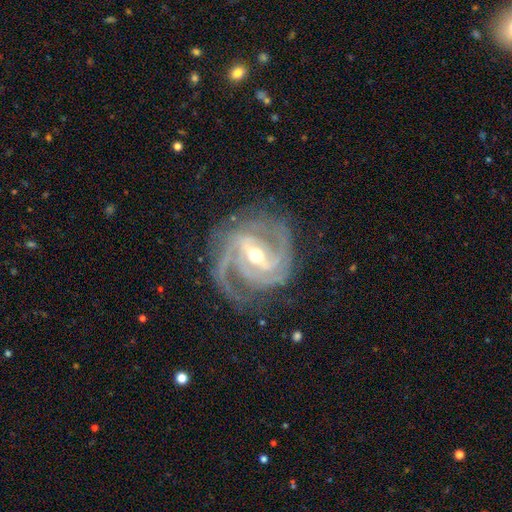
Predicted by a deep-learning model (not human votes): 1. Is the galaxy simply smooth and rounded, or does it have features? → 93% featured or disk, 4% star or artifact, 3% smooth.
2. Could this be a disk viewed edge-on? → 97% no, 3% yes.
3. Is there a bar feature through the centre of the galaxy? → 55% strong, 36% weak, 9% no.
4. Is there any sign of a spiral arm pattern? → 98% yes, 2% no.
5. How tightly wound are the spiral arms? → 46% tight, 45% medium, 9% loose.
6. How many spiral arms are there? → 44% 2, 30% 3, 9% can't tell, 7% 4, 4% 1, 4% more than 4.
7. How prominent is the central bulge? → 60% moderate, 36% small, 3% large, 1% none, 1% dominant.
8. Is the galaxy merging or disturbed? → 74% none, 16% minor disturbance, 8% major disturbance, 1% merger.